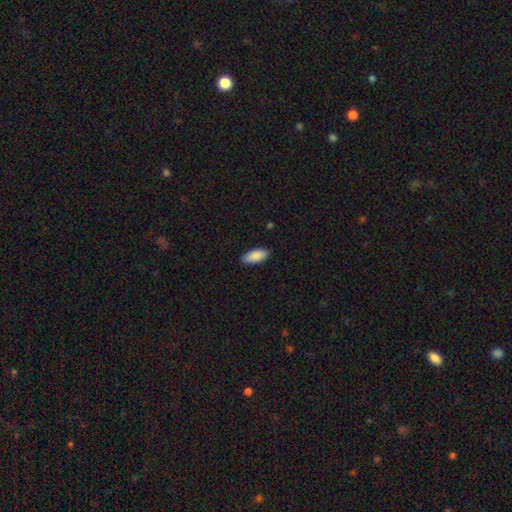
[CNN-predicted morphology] A smooth galaxy with no disk features (90%) that is in between round and cigar-shaped (87%).

Vote fractions:
- Smooth or featured? smooth: 90% / star or artifact: 6% / featured or disk: 5%
- How rounded? in between: 87% / cigar-shaped: 11% / round: 2%
- Merging? none: 88% / minor disturbance: 9% / major disturbance: 2% / merger: 1%